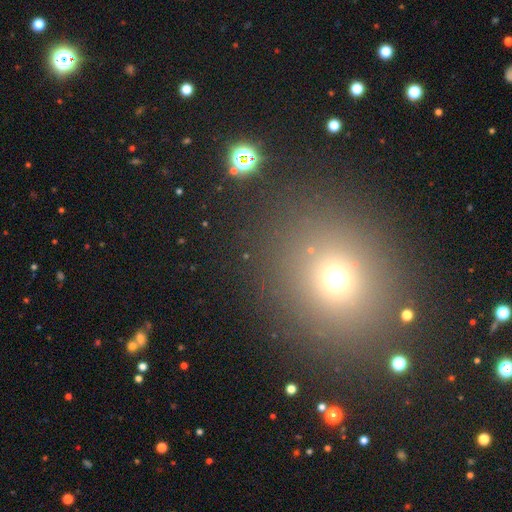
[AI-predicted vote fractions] The model was most divided on "smooth or featured": smooth: 53%, star or artifact: 39%, featured or disk: 8%. More confident: merging — none (86%); how rounded — round (76%).